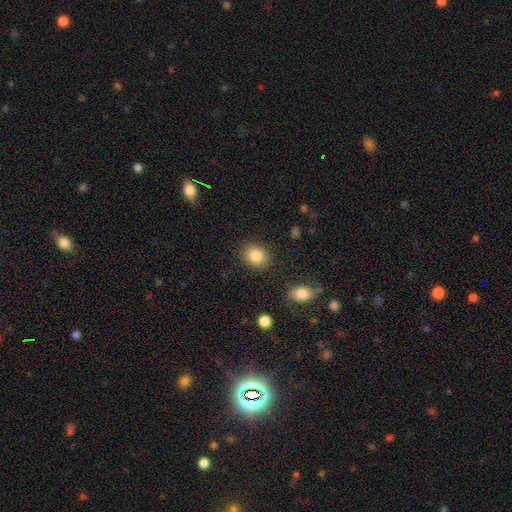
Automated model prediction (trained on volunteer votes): smooth_or_featured: smooth (p=0.85) [alt: star or artifact p=0.09]
how_rounded: round (p=0.61) [alt: in between p=0.38]
merging: none (p=0.87) [alt: minor disturbance p=0.09]